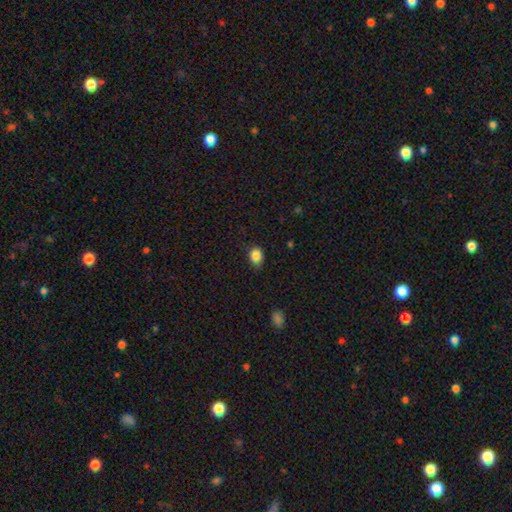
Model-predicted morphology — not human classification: The model was most divided on "how rounded": in between: 60%, round: 39%, cigar-shaped: 1%. More confident: smooth or featured — smooth (86%); merging — none (79%).